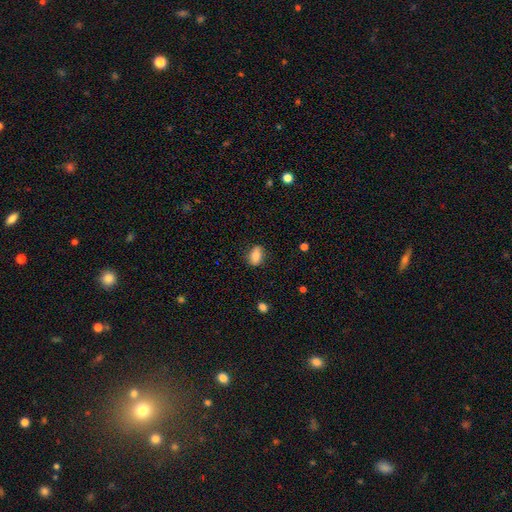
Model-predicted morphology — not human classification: Overall: smooth (78%). How rounded: in between (81%). Merging: none (81%).